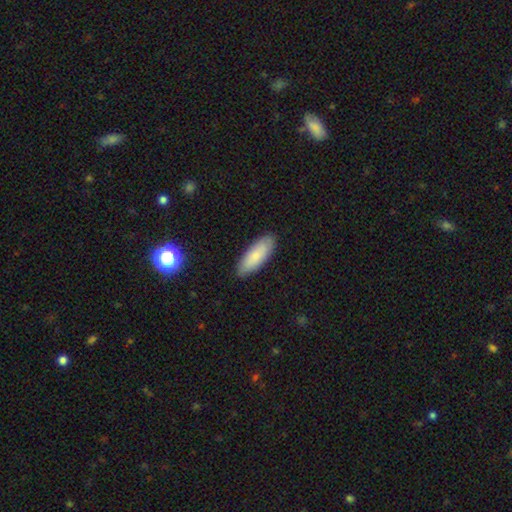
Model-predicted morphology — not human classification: This is likely a smooth galaxy (76%). How rounded: likely in between (74%). Merging: clearly none (86%).